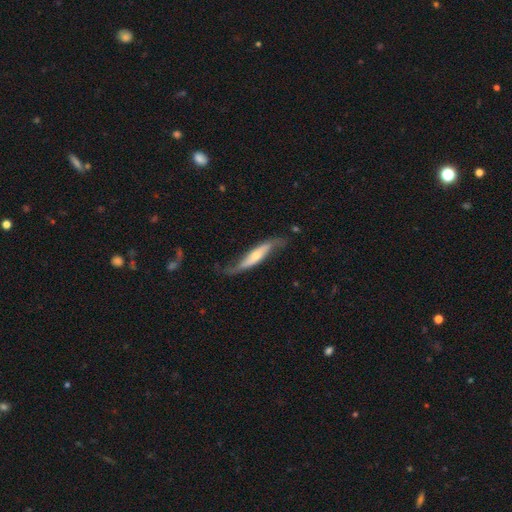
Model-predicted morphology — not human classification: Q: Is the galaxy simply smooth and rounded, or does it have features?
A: featured or disk — 69%.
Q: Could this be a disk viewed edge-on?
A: no — 59%.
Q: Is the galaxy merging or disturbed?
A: none — 57%.